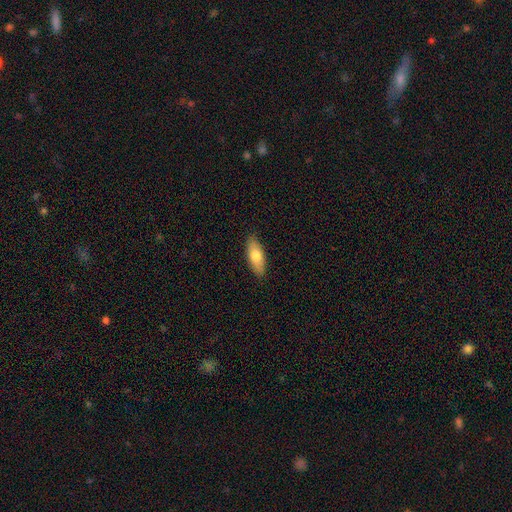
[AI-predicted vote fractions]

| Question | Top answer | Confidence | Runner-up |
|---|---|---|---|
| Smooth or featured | smooth | 74% | featured or disk (20%) |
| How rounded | in between | 77% | cigar-shaped (21%) |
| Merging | none | 88% | minor disturbance (10%) |